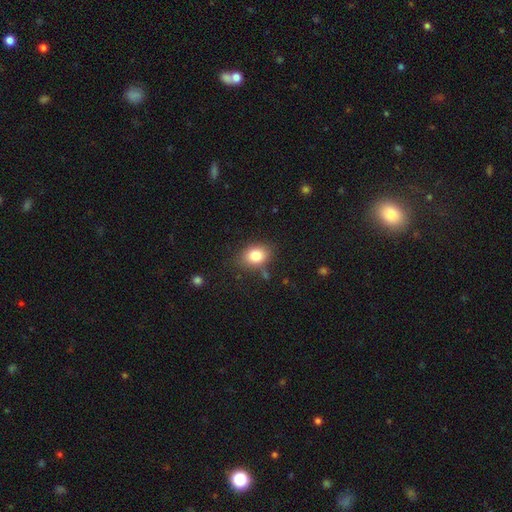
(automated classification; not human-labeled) Smooth or featured?
  - smooth: 83% *
  - star or artifact: 9%
  - featured or disk: 8%
How rounded?
  - in between: 68% *
  - round: 30%
  - cigar-shaped: 1%
Merging?
  - none: 78% *
  - minor disturbance: 14%
  - major disturbance: 4%
  - merger: 3%